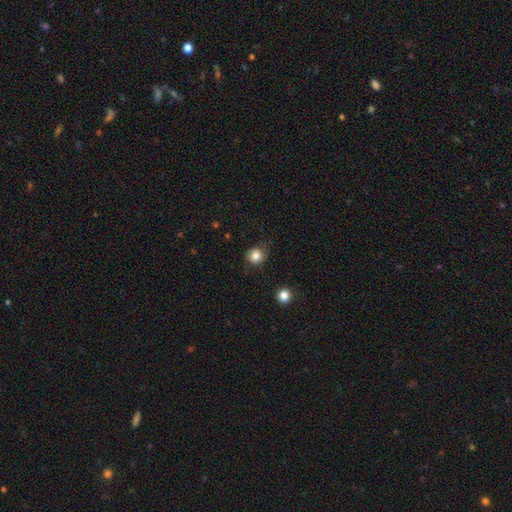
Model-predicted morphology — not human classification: The model was most divided on "merging": none: 70%, minor disturbance: 21%, major disturbance: 6%, merger: 2%. More confident: how rounded — round (84%); smooth or featured — smooth (82%).